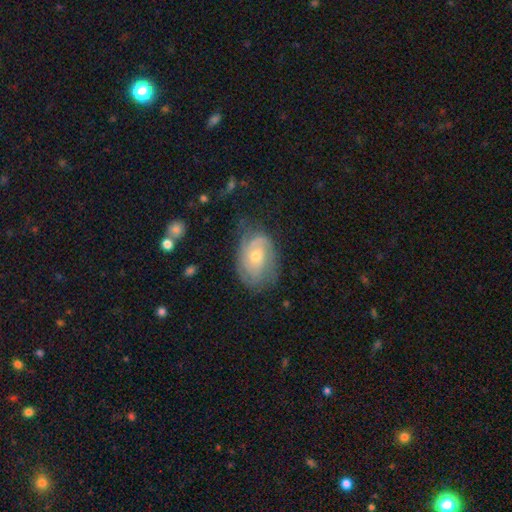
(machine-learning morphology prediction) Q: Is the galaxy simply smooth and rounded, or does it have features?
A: featured or disk — 70%.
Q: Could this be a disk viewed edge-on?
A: no — 96%.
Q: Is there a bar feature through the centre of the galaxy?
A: no — 69%.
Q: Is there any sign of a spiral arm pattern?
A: yes — 88%.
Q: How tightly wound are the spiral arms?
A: tight — 53%.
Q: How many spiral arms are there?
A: can't tell — 37%.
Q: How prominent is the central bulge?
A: small — 48%.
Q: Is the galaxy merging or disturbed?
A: none — 59%.